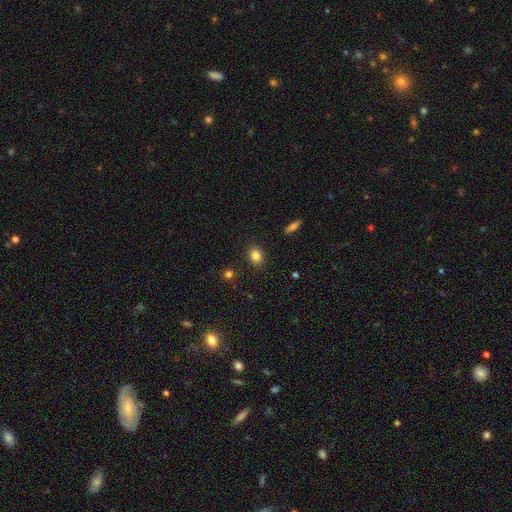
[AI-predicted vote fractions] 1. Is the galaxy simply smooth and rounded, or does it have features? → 84% smooth, 10% star or artifact, 6% featured or disk.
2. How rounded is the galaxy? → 50% in between, 49% round, 1% cigar-shaped.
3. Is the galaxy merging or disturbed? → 88% none, 8% minor disturbance, 2% major disturbance, 2% merger.